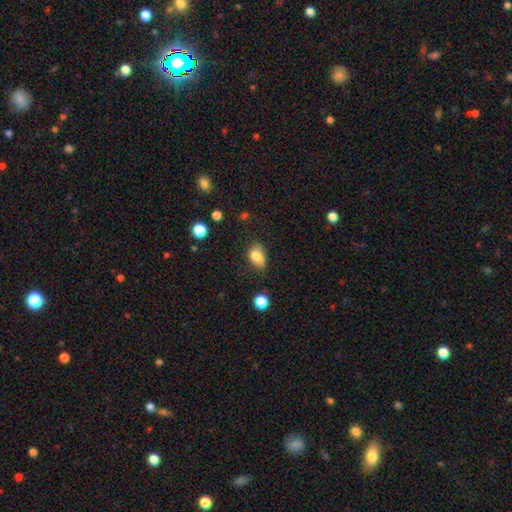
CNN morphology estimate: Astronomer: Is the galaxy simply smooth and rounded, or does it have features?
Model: smooth — 82%.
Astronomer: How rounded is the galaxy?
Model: in between — 79%.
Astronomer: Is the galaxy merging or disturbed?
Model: none — 60%.